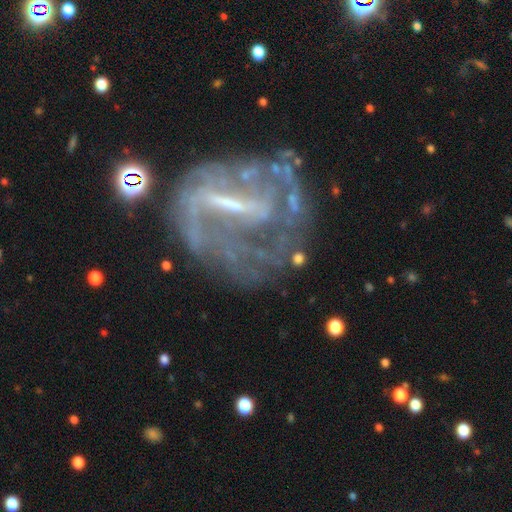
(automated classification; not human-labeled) A featured or disk galaxy (78%) with a strong bar (54%), spiral arms (62%) and a small central bulge (43%).

Vote fractions:
- Smooth or featured? featured or disk: 78% / star or artifact: 12% / smooth: 10%
- Edge-on disk? no: 95% / yes: 5%
- Bar? strong: 54% / weak: 32% / no: 14%
- Spiral arms? yes: 62% / no: 38%
- Bulge size? small: 43% / none: 35% / moderate: 18% / large: 2% / dominant: 1%
- Merging? none: 50% / major disturbance: 27% / minor disturbance: 19% / merger: 5%